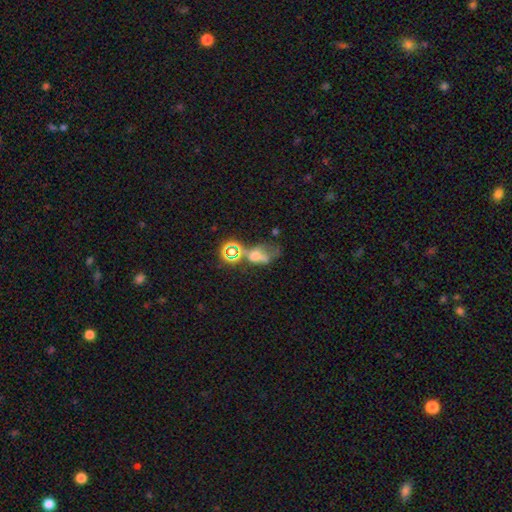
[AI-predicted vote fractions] Smooth or featured? Predicted: smooth (p=0.43). Merging? Predicted: major disturbance (p=0.34).